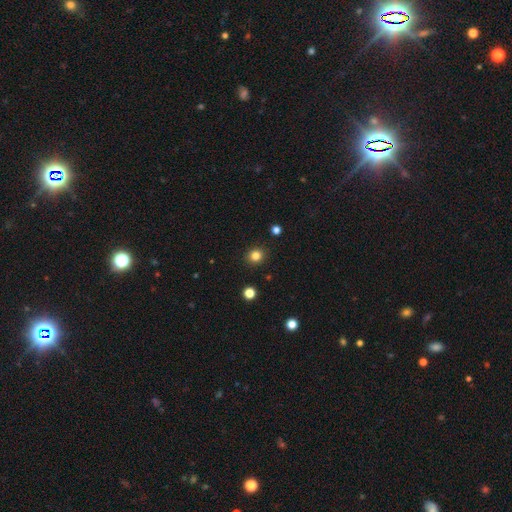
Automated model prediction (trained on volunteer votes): This is clearly a smooth galaxy (83%). How rounded: clearly round (88%). Merging: clearly none (91%).